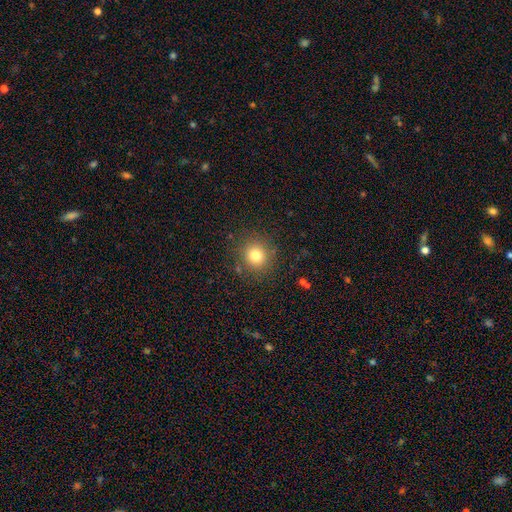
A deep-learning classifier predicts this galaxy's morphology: Overall: smooth (78%). How rounded: round (91%). Merging: none (87%).